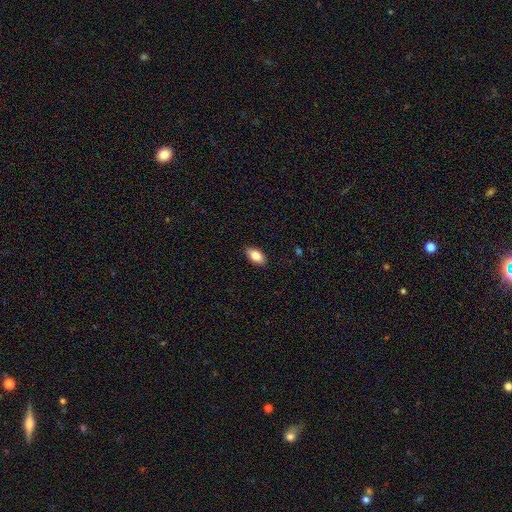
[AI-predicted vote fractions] This is clearly a smooth galaxy (84%). How rounded: clearly in between (93%). Merging: clearly none (89%).